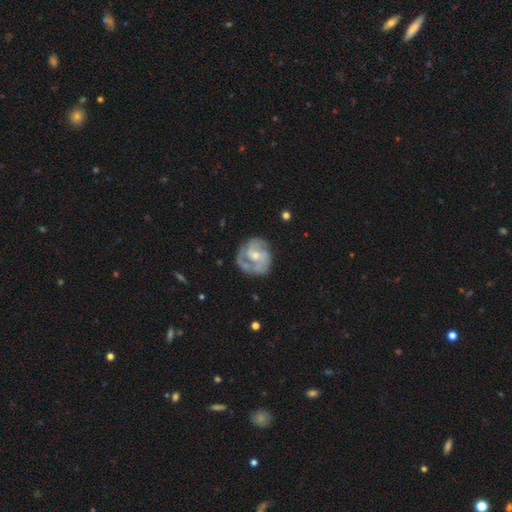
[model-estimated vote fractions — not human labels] This appears to be a featured or disk galaxy (78%) with no bar (56%), 2 (46%) tight (43%) spiral arms (89%) and a small central bulge (48%). Merging: none (67%).